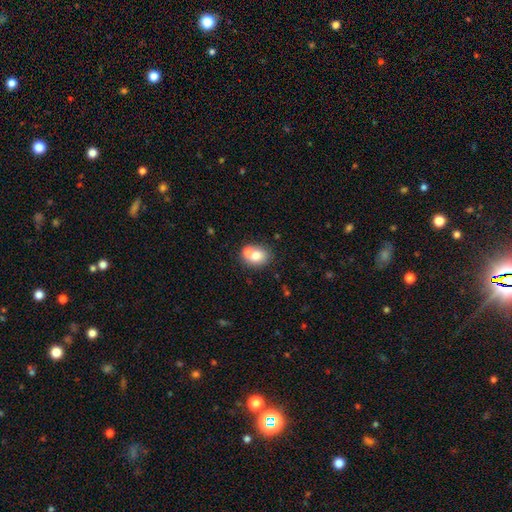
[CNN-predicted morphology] Smooth or featured?
  - smooth: 73% *
  - featured or disk: 17%
  - star or artifact: 10%
How rounded?
  - round: 53% *
  - in between: 46%
  - cigar-shaped: 1%
Merging?
  - none: 45% *
  - merger: 42%
  - minor disturbance: 9%
  - major disturbance: 3%